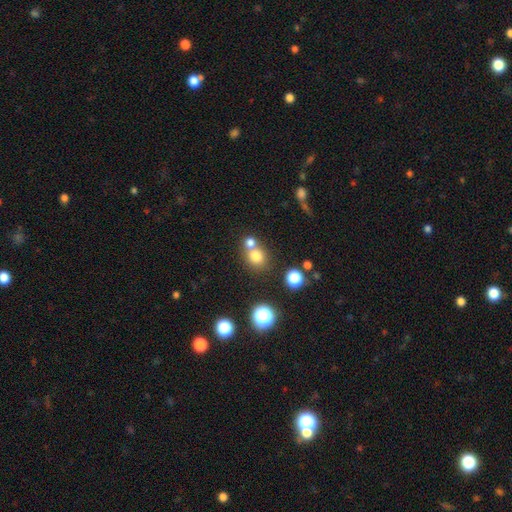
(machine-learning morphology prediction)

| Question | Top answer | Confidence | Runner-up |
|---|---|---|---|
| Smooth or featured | smooth | 75% | star or artifact (16%) |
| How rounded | round | 81% | in between (18%) |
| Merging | none | 52% | merger (37%) |